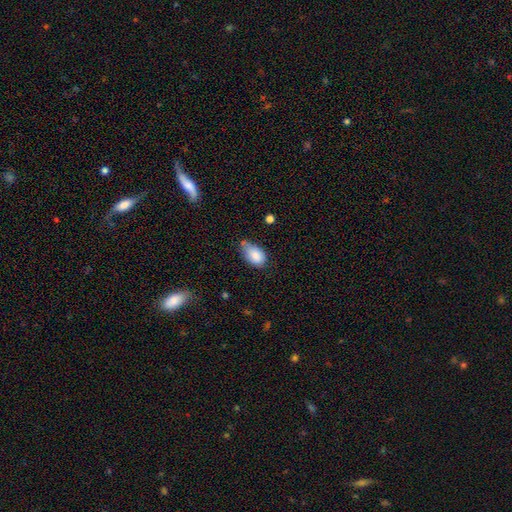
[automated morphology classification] Overall: smooth (84%). How rounded: in between (91%). Merging: minor disturbance (43%; none 41%).